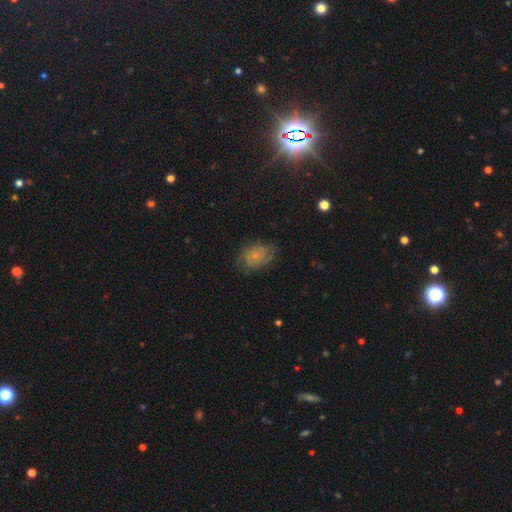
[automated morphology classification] smooth_or_featured: featured or disk (p=0.50) [alt: smooth p=0.39]
merging: none (p=0.66) [alt: minor disturbance p=0.23]